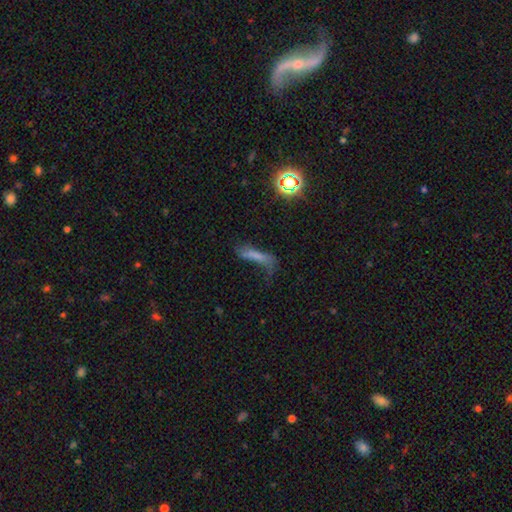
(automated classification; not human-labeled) smooth_or_featured: smooth (p=0.56) [alt: featured or disk p=0.27]
how_rounded: cigar-shaped (p=0.70) [alt: in between p=0.26]
merging: major disturbance (p=0.39) [alt: none p=0.31]